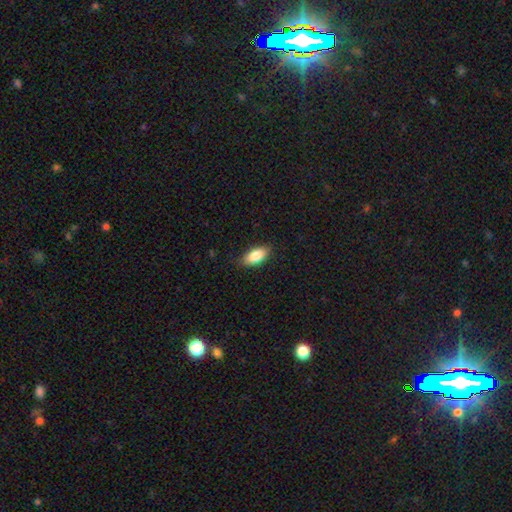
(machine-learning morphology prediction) Smooth or featured? Predicted: smooth (p=0.84). How rounded? Predicted: in between (p=0.88). Merging? Predicted: none (p=0.83).